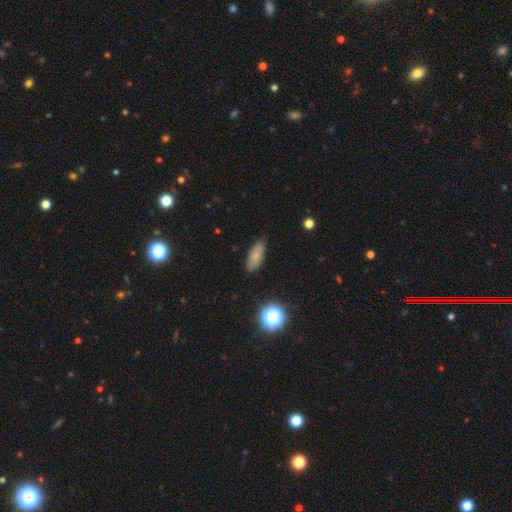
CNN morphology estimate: smooth 74%, featured or disk 17%, star or artifact 10%. Down the decision tree: how rounded — in between (73%); merging — none (80%).